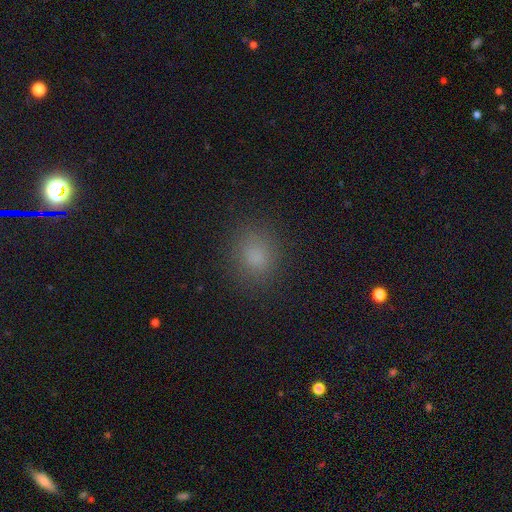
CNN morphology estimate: This appears to be a smooth galaxy with no disk features (80%) that is round (65%). Merging: none (84%).